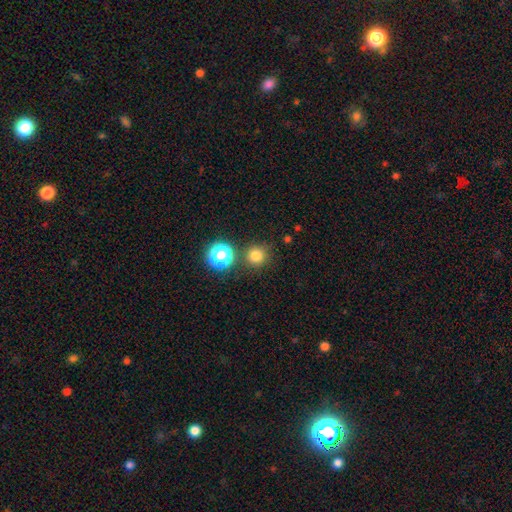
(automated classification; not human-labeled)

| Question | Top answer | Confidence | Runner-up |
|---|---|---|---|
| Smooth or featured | smooth | 77% | star or artifact (18%) |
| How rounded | round | 94% | in between (5%) |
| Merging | none | 83% | minor disturbance (8%) |